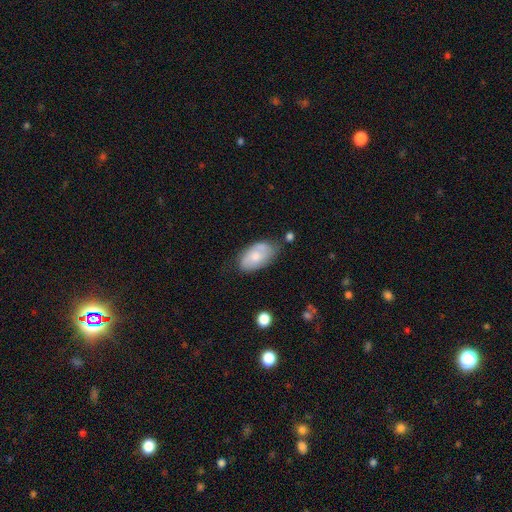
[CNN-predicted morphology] A smooth galaxy with no disk features (67%) that is in between round and cigar-shaped (94%).

Vote fractions:
- Smooth or featured? smooth: 67% / featured or disk: 26% / star or artifact: 6%
- How rounded? in between: 94% / round: 4% / cigar-shaped: 2%
- Merging? none: 62% / minor disturbance: 28% / major disturbance: 6% / merger: 4%